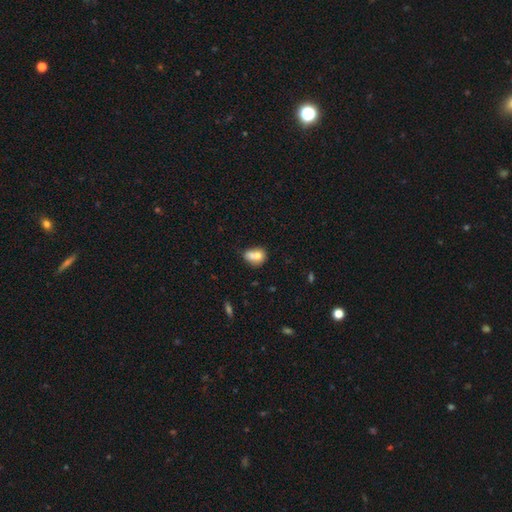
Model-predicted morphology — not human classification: Smooth or featured?
  - smooth: 70% *
  - featured or disk: 21%
  - star or artifact: 9%
How rounded?
  - round: 53% *
  - in between: 45%
  - cigar-shaped: 1%
Merging?
  - merger: 57% *
  - none: 26%
  - minor disturbance: 11%
  - major disturbance: 5%